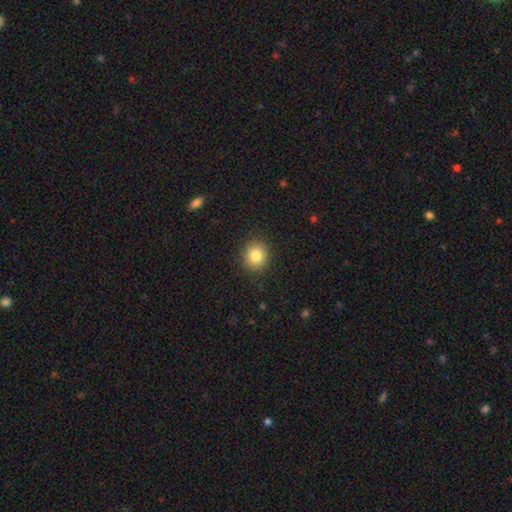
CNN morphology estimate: A smooth galaxy with no disk features (83%) that is round (79%). Merging: none (90%).